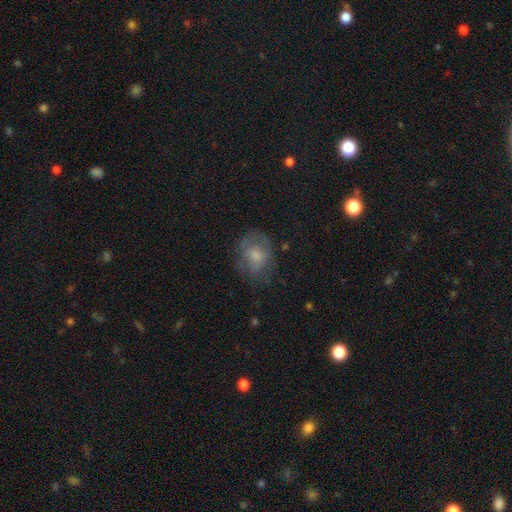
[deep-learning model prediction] Overall: smooth (58%; featured or disk 33%). How rounded: round (52%; in between 46%). Merging: none (59%; minor disturbance 24%).